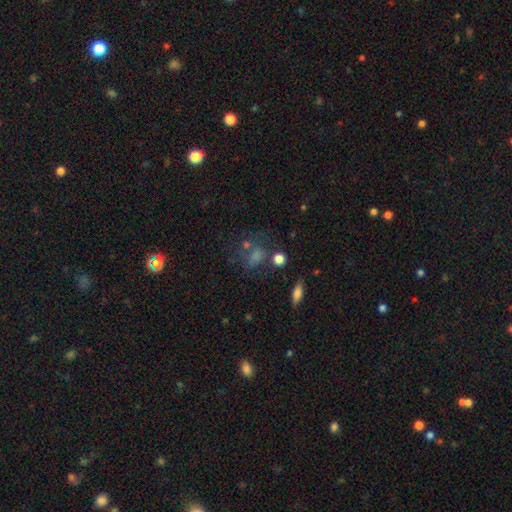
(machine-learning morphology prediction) Smooth or featured? Predicted: smooth (p=0.44). Merging? Predicted: none (p=0.53).